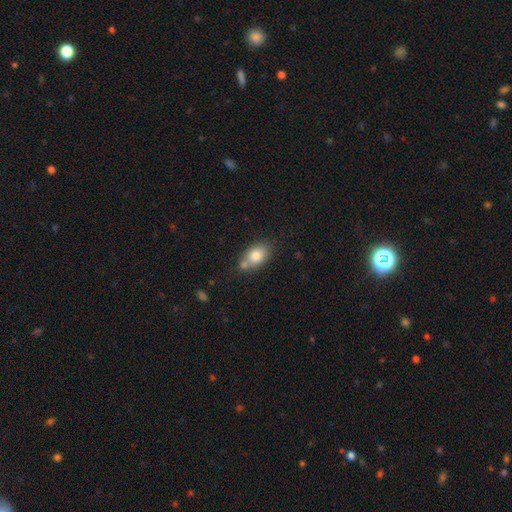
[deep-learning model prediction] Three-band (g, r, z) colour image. It shows a smooth galaxy with no disk features (79%) that is in between round and cigar-shaped (79%). Merging: none (54%).